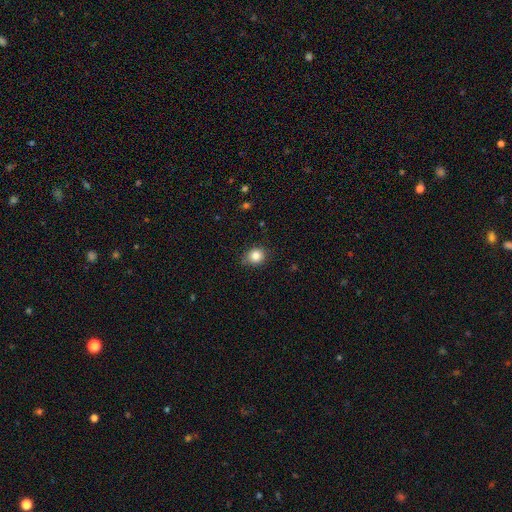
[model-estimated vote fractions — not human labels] smooth_or_featured: smooth (p=0.83) [alt: star or artifact p=0.11]
how_rounded: round (p=0.72) [alt: in between p=0.27]
merging: none (p=0.77) [alt: minor disturbance p=0.18]